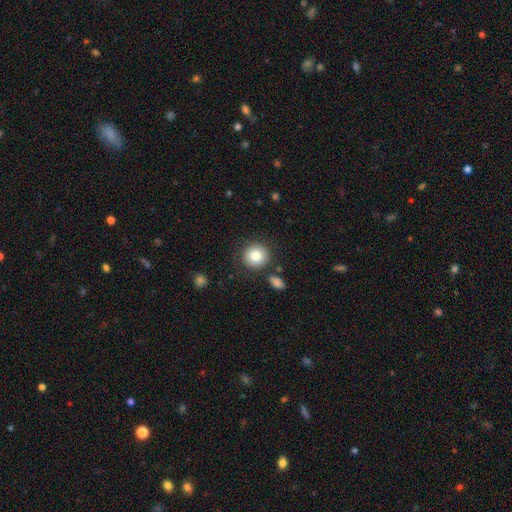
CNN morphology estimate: Smooth or featured?
  - smooth: 82% *
  - featured or disk: 9%
  - star or artifact: 9%
How rounded?
  - round: 92% *
  - in between: 7%
  - cigar-shaped: 1%
Merging?
  - none: 83% *
  - minor disturbance: 9%
  - merger: 5%
  - major disturbance: 3%